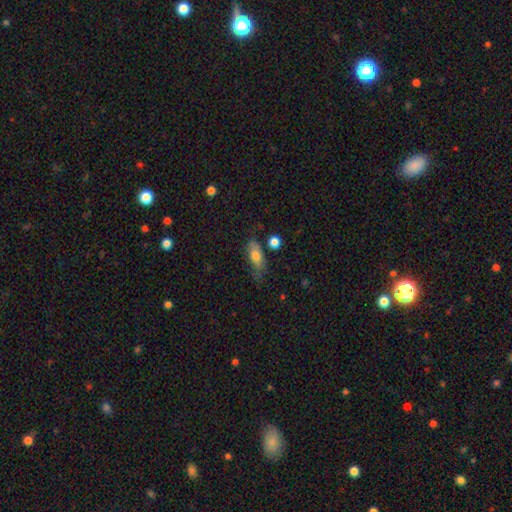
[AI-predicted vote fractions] Smooth or featured?
  - smooth: 73% *
  - featured or disk: 19%
  - star or artifact: 8%
How rounded?
  - in between: 77% *
  - cigar-shaped: 18%
  - round: 5%
Merging?
  - none: 52% *
  - minor disturbance: 30%
  - major disturbance: 12%
  - merger: 6%